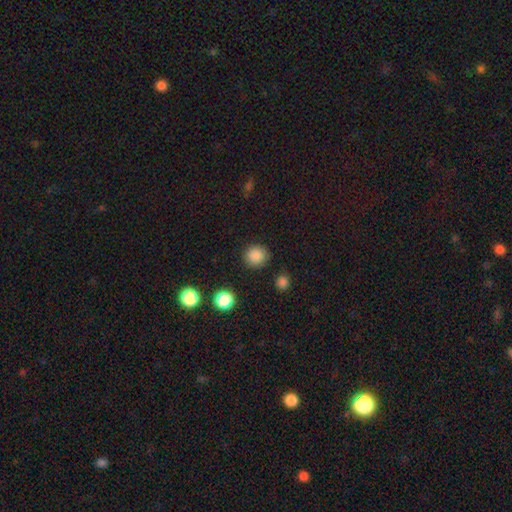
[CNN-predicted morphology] A smooth galaxy with no disk features (86%) that is round (89%). Merging: none (88%).